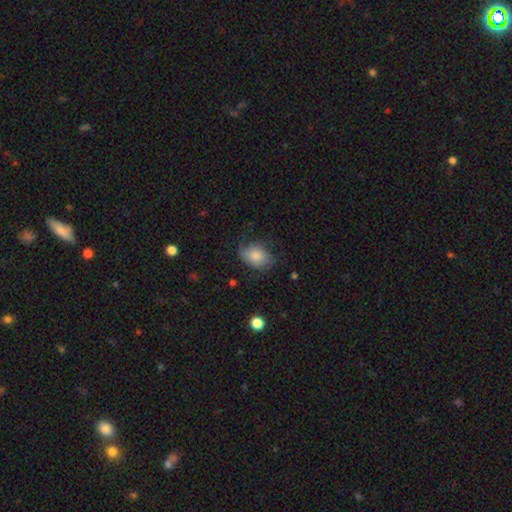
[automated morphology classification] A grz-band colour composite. It shows a smooth galaxy with no disk features (75%) that is in between round and cigar-shaped (72%). Merging: none (56%).